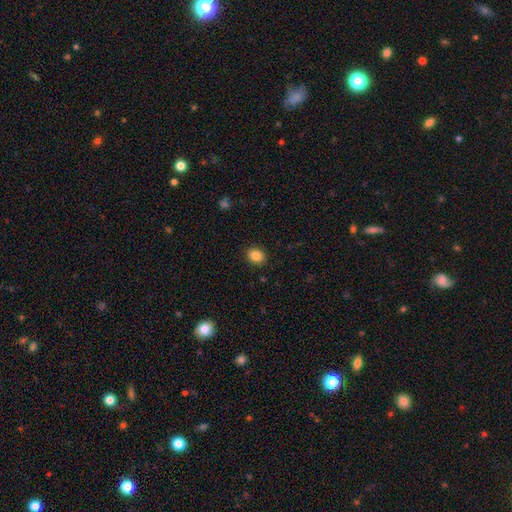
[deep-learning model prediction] Smooth or featured: smooth — 86% (star or artifact — 10%)
How rounded: round — 56% (in between — 43%)
Merging: none — 89% (minor disturbance — 8%)